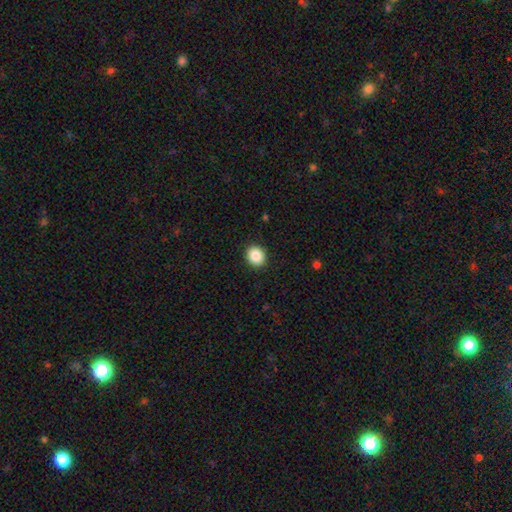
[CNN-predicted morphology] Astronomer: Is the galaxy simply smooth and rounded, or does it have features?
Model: smooth — 88%.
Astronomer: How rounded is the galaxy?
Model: round — 69%.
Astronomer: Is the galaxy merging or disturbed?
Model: none — 91%.